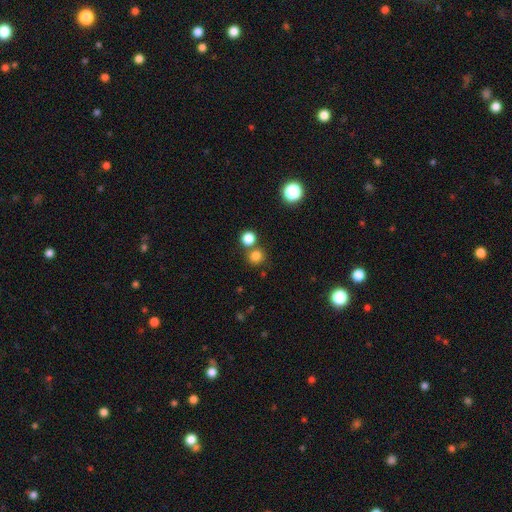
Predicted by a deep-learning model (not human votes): smooth 79%, star or artifact 15%, featured or disk 5%. Down the decision tree: how rounded — round (91%); merging — none (70%).